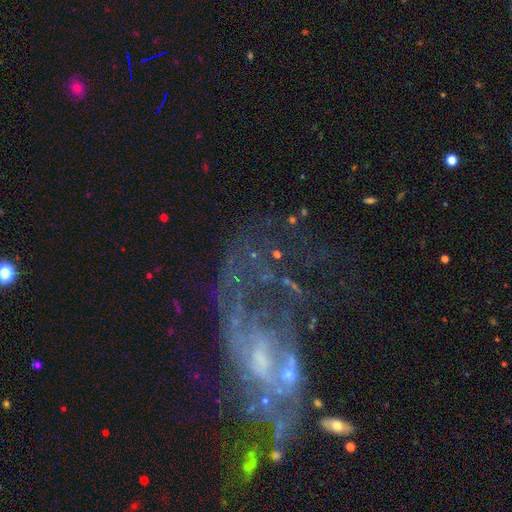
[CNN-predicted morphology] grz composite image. It shows a featured or disk galaxy (74%) with no bar (55%), spiral arms (62%) and a small central bulge (42%). Merging: major disturbance (39%).